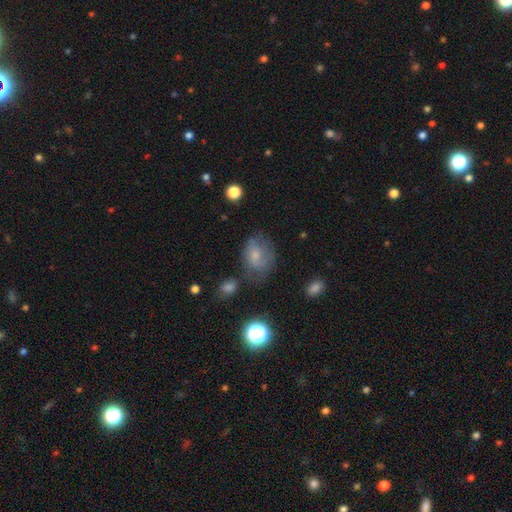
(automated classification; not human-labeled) Smooth or featured? Predicted: smooth (p=0.60). How rounded? Predicted: in between (p=0.56). Merging? Predicted: none (p=0.48).